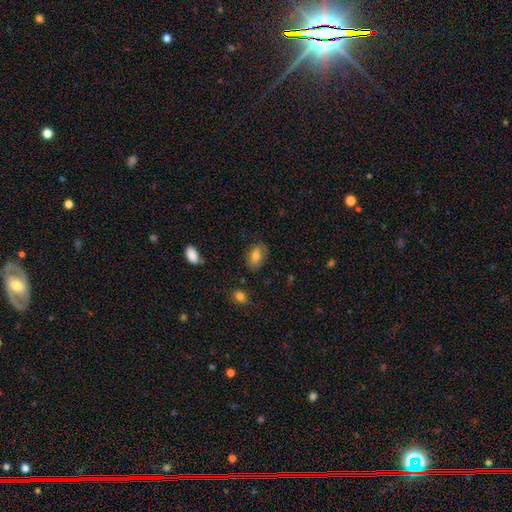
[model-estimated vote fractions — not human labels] Morphology: type=smooth (71%); roundness=in between (86%); merging=none (77%).